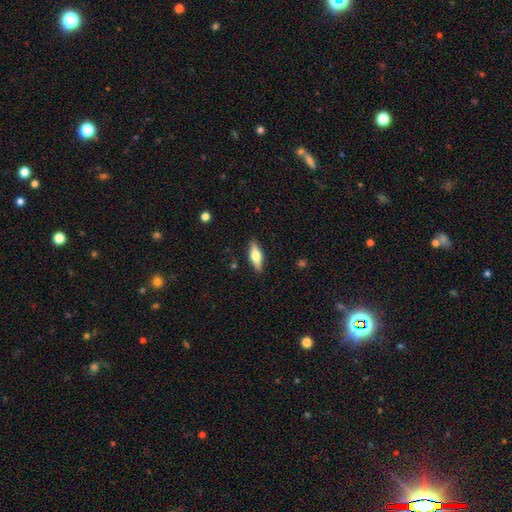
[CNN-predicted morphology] smooth-or-featured: smooth: 54% | featured or disk: 40% | star or artifact: 6%
  how-rounded: in between: 57% | cigar-shaped: 40% | round: 3%
  merging: none: 88% | minor disturbance: 9% | major disturbance: 2% | merger: 1%